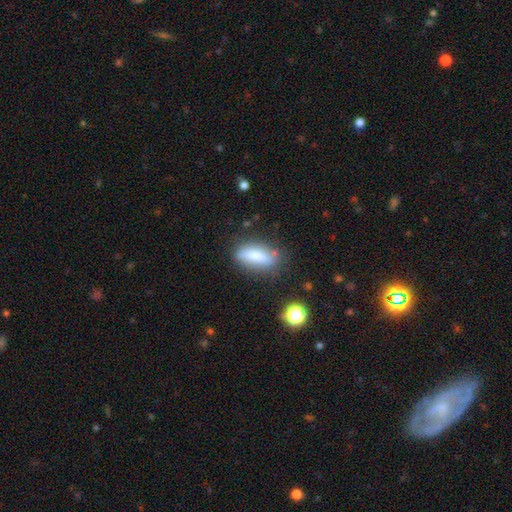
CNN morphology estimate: Smooth or featured?
  - smooth: 71% *
  - featured or disk: 20%
  - star or artifact: 9%
How rounded?
  - in between: 64% *
  - cigar-shaped: 32%
  - round: 4%
Merging?
  - none: 73% *
  - minor disturbance: 18%
  - major disturbance: 6%
  - merger: 4%